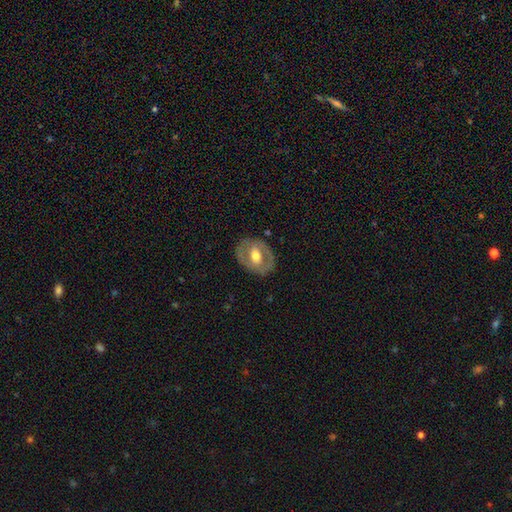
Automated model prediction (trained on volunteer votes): smooth_or_featured: featured or disk (p=0.58) [alt: smooth p=0.36]
disk_edge_on: no (p=0.93) [alt: yes p=0.07]
bar: no (p=0.44) [alt: weak p=0.36]
has_spiral_arms: no (p=0.71) [alt: yes p=0.29]
bulge_size: moderate (p=0.72) [alt: large p=0.15]
merging: none (p=0.80) [alt: minor disturbance p=0.13]